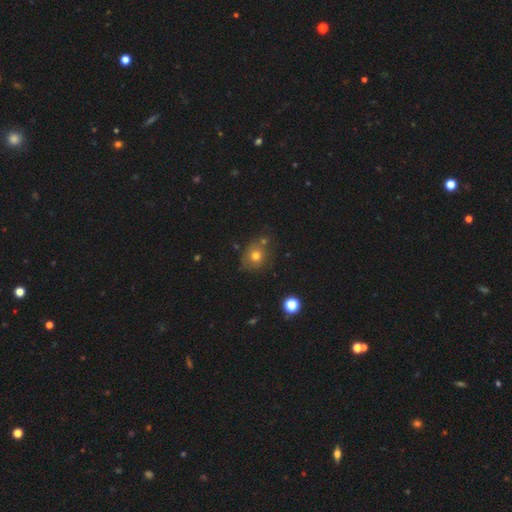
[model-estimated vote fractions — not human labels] smooth 72%, star or artifact 15%, featured or disk 13%. Down the decision tree: how rounded — round (75%); merging — none (70%).